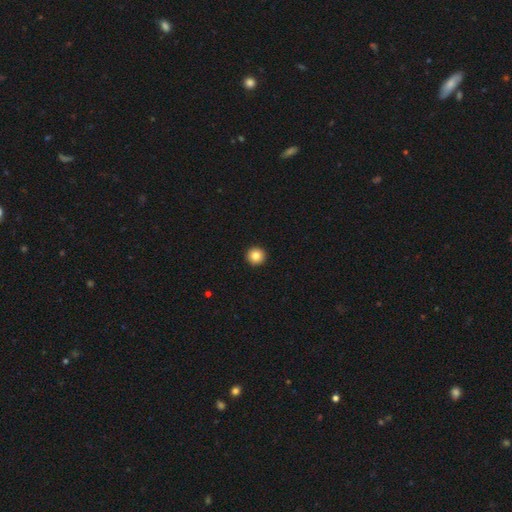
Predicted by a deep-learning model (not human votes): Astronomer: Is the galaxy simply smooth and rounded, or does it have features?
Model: smooth — 84%.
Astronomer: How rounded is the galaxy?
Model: round — 96%.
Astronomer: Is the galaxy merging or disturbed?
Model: none — 94%.